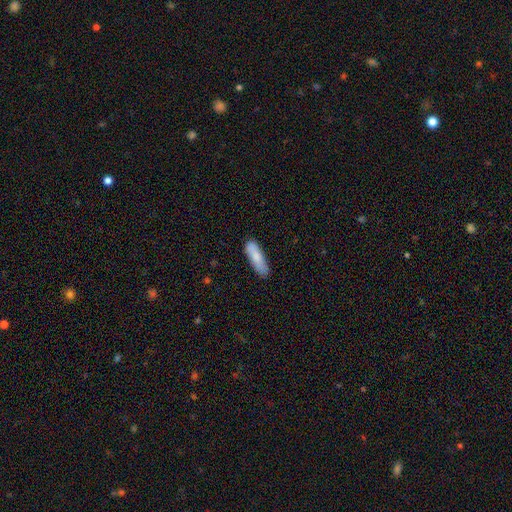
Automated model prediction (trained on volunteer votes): Q: Smooth or featured?
A: smooth (80%); runner-up: featured or disk (14%)
Q: How rounded?
A: cigar-shaped (60%); runner-up: in between (38%)
Q: Merging?
A: none (78%); runner-up: minor disturbance (17%)